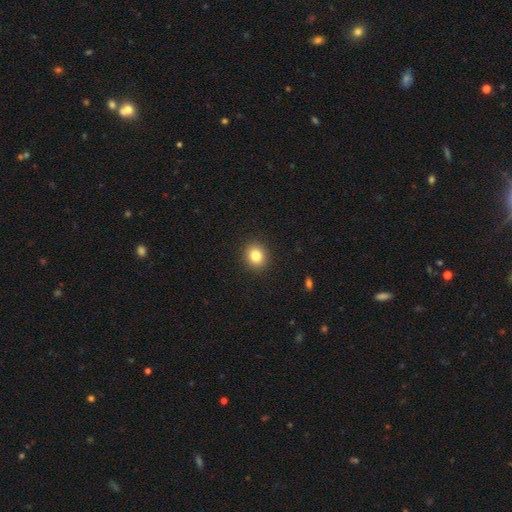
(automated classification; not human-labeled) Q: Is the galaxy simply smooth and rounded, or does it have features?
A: smooth — 83%.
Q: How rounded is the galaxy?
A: round — 74%.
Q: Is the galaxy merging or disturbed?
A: none — 91%.